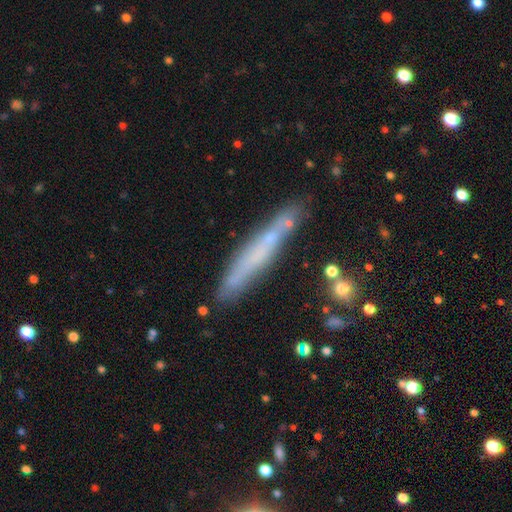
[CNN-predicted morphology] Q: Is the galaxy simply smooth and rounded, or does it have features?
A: smooth — 48%.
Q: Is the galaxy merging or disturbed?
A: none — 80%.